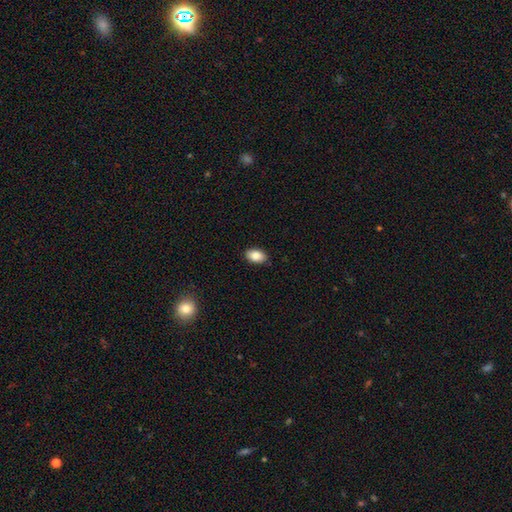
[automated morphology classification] Smooth or featured? smooth (86%)
How rounded? in between (90%)
Merging? none (88%)